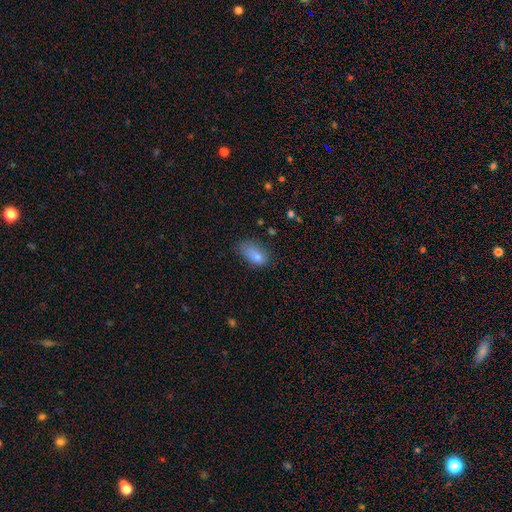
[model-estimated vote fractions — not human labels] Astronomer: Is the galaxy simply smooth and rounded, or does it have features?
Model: smooth — 80%.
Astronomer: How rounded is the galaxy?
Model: in between — 90%.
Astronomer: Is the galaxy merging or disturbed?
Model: none — 53% (runner-up: minor disturbance, 32%).